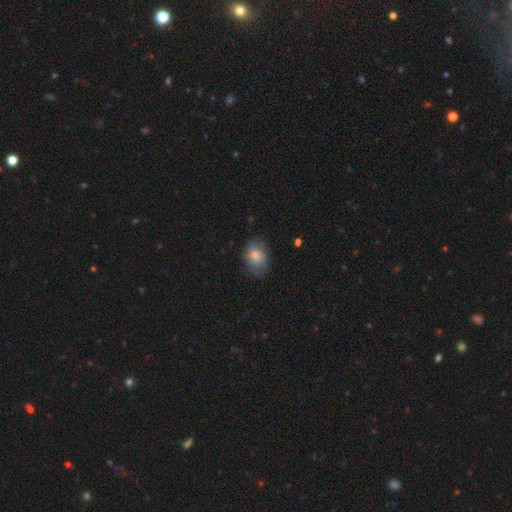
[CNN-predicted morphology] Smooth or featured: smooth — 78% (featured or disk — 15%)
How rounded: in between — 77% (round — 22%)
Merging: none — 66% (minor disturbance — 25%)